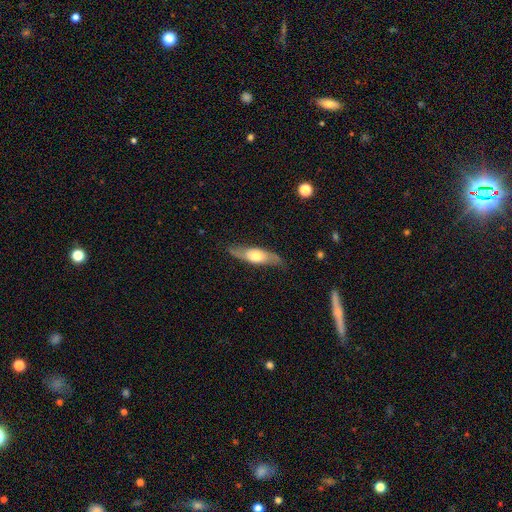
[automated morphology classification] Smooth or featured: featured or disk — 52% (smooth — 43%)
Edge-on disk: yes — 59% (no — 41%)
Merging: none — 79% (minor disturbance — 16%)